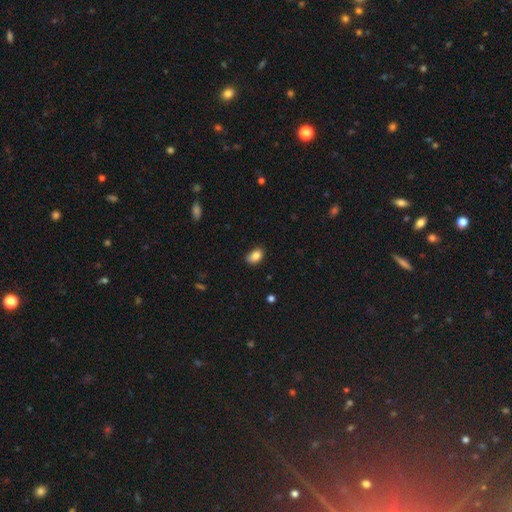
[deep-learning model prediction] smooth_or_featured: smooth (p=0.84) [alt: star or artifact p=0.09]
how_rounded: in between (p=0.82) [alt: round p=0.16]
merging: none (p=0.70) [alt: minor disturbance p=0.24]